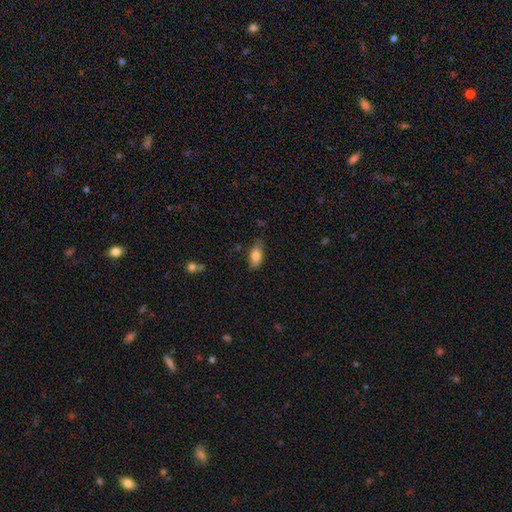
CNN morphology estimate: Q: Smooth or featured?
A: smooth (82%); runner-up: featured or disk (11%)
Q: How rounded?
A: in between (87%); runner-up: cigar-shaped (10%)
Q: Merging?
A: none (75%); runner-up: minor disturbance (20%)